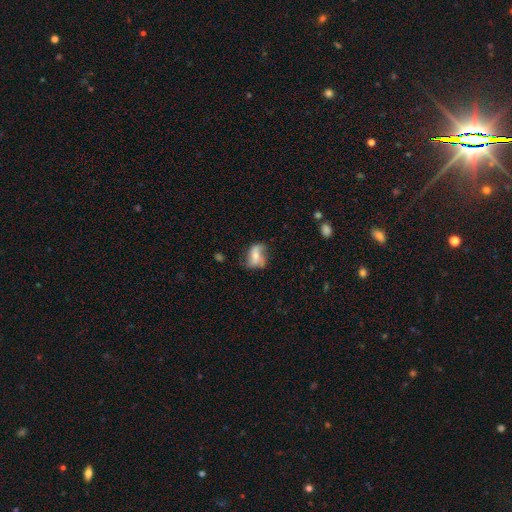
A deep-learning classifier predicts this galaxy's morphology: type=featured or disk (50%); edge-on=no (94%); merging=none (54%).